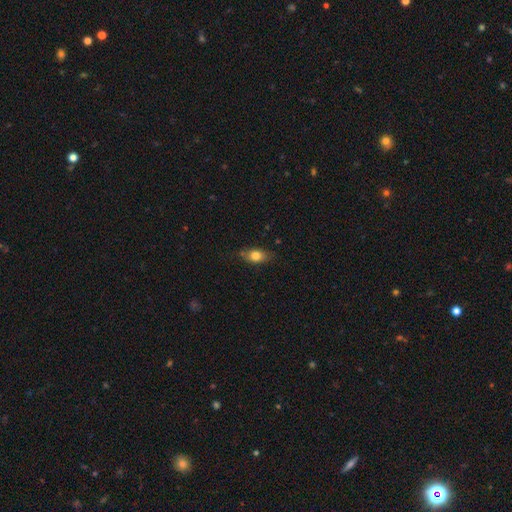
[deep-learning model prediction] Overall: smooth (77%). How rounded: in between (79%). Merging: none (73%).